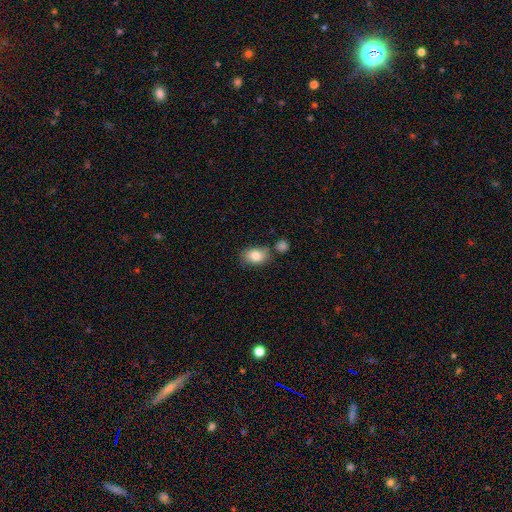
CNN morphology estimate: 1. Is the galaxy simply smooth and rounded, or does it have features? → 83% smooth, 9% featured or disk, 7% star or artifact.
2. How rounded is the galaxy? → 80% in between, 19% round, 1% cigar-shaped.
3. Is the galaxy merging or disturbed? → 66% none, 18% minor disturbance, 12% merger, 4% major disturbance.